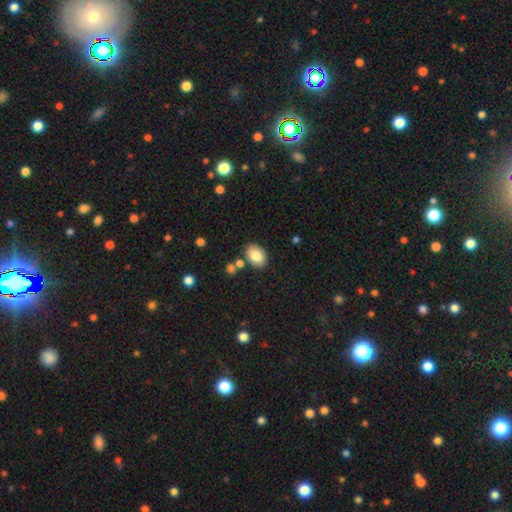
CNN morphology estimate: Q: Smooth or featured?
A: smooth (82%); runner-up: featured or disk (9%)
Q: How rounded?
A: in between (78%); runner-up: round (21%)
Q: Merging?
A: none (79%); runner-up: minor disturbance (11%)